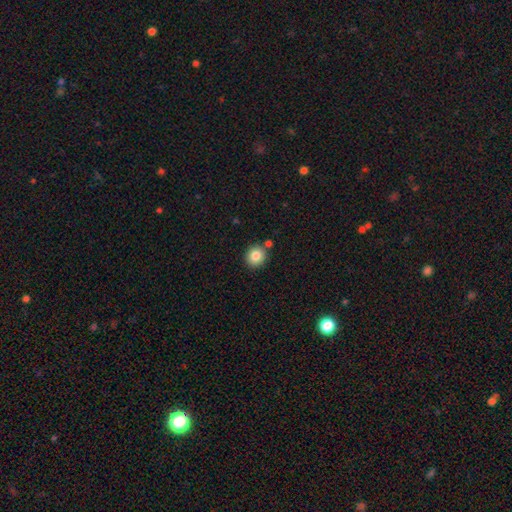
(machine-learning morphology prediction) Smooth or featured: smooth — 84% (star or artifact — 10%)
How rounded: round — 85% (in between — 14%)
Merging: none — 80% (minor disturbance — 9%)